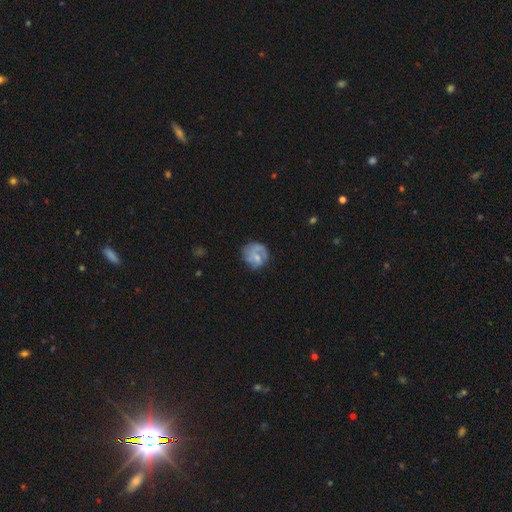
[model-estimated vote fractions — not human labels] Overall: featured or disk (48%; smooth 45%). Merging: none (58%; minor disturbance 25%).